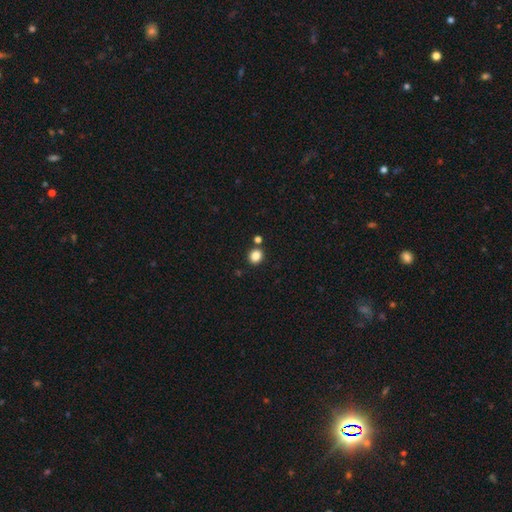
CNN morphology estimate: This is clearly a smooth galaxy (84%). How rounded: likely round (77%). Merging: clearly none (83%).